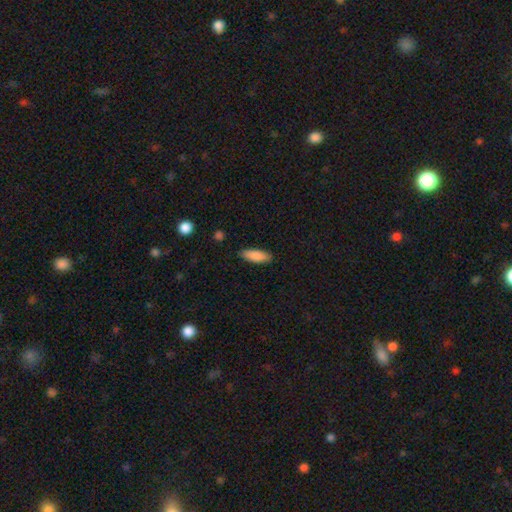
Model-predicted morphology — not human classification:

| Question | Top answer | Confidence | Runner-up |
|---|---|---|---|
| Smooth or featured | smooth | 87% | featured or disk (7%) |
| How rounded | in between | 58% | cigar-shaped (40%) |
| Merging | none | 85% | minor disturbance (11%) |